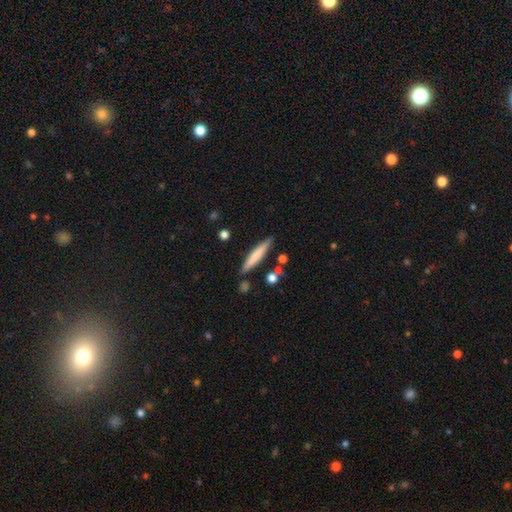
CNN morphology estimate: A smooth galaxy with no disk features (69%) that is cigar-shaped (91%).

Vote fractions:
- Smooth or featured? smooth: 69% / featured or disk: 25% / star or artifact: 6%
- How rounded? cigar-shaped: 91% / in between: 8% / round: 1%
- Merging? none: 83% / minor disturbance: 11% / merger: 5% / major disturbance: 2%